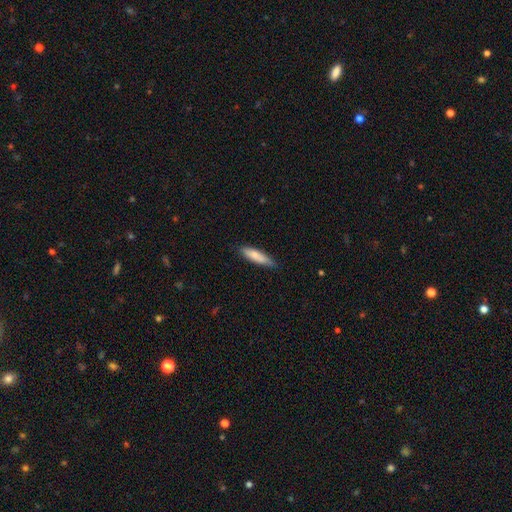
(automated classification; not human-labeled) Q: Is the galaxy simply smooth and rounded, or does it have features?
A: smooth — 79%.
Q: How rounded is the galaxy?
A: cigar-shaped — 70%.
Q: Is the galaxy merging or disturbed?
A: none — 78%.